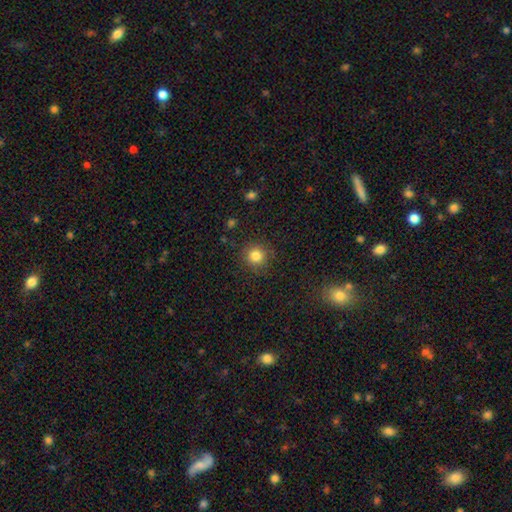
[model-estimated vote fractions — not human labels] smooth_or_featured: smooth (p=0.83) [alt: star or artifact p=0.12]
how_rounded: round (p=0.93) [alt: in between p=0.06]
merging: none (p=0.86) [alt: minor disturbance p=0.09]